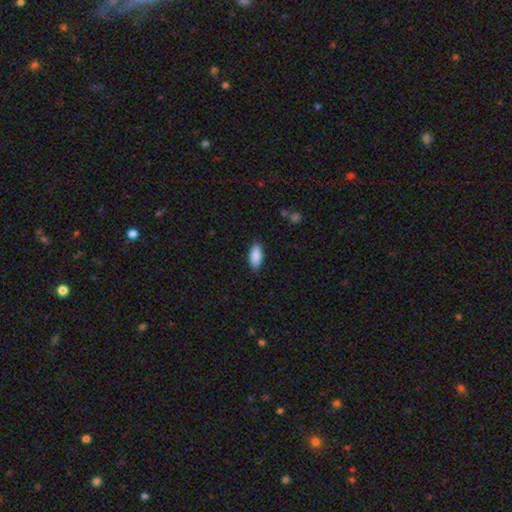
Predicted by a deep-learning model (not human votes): This appears to be a smooth galaxy with no disk features (90%) that is in between round and cigar-shaped (90%). Merging: none (87%).